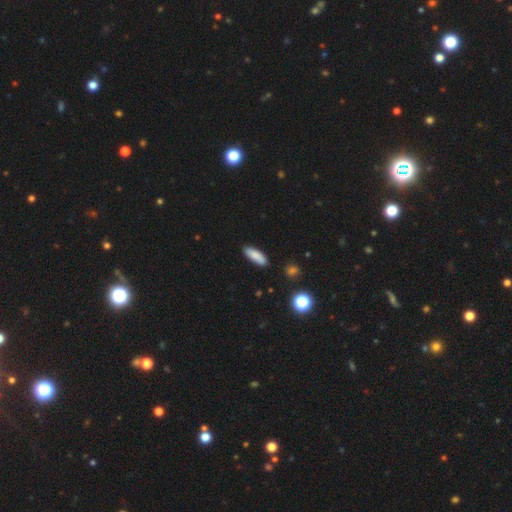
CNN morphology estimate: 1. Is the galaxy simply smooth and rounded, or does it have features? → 84% smooth, 8% featured or disk, 7% star or artifact.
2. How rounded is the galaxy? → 59% in between, 39% cigar-shaped, 2% round.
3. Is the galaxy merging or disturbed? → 86% none, 11% minor disturbance, 2% major disturbance, 2% merger.